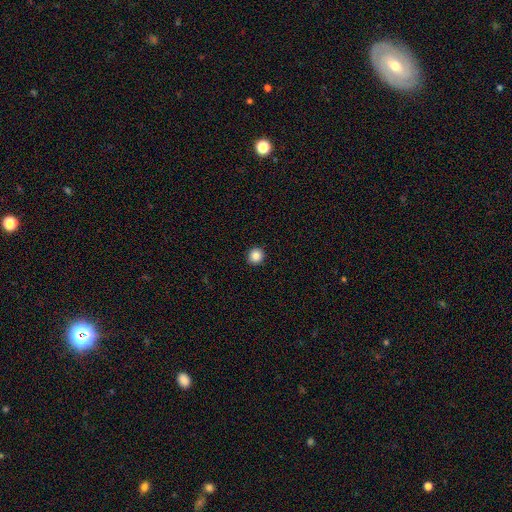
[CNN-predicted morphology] Overall: smooth (86%). How rounded: round (92%). Merging: none (93%).